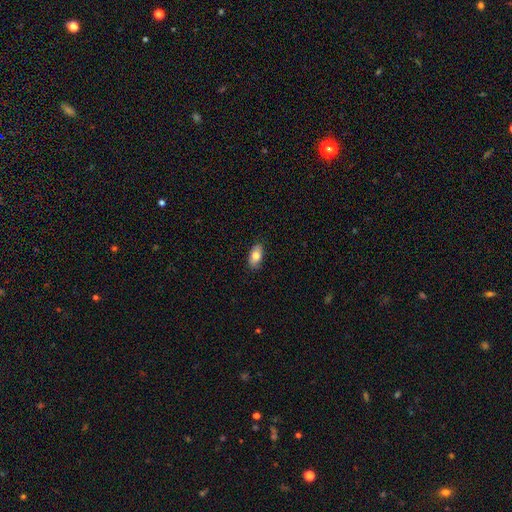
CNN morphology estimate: Smooth or featured: smooth — 80% (featured or disk — 13%)
How rounded: in between — 91% (cigar-shaped — 5%)
Merging: none — 87% (minor disturbance — 10%)